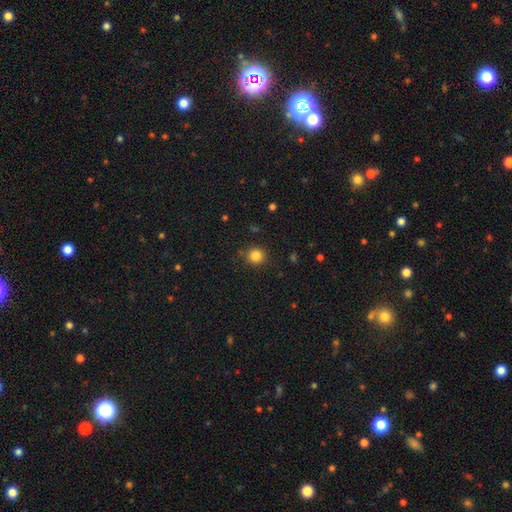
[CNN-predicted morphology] Q: Smooth or featured?
A: smooth (84%); runner-up: star or artifact (11%)
Q: How rounded?
A: round (92%); runner-up: in between (7%)
Q: Merging?
A: none (89%); runner-up: minor disturbance (7%)